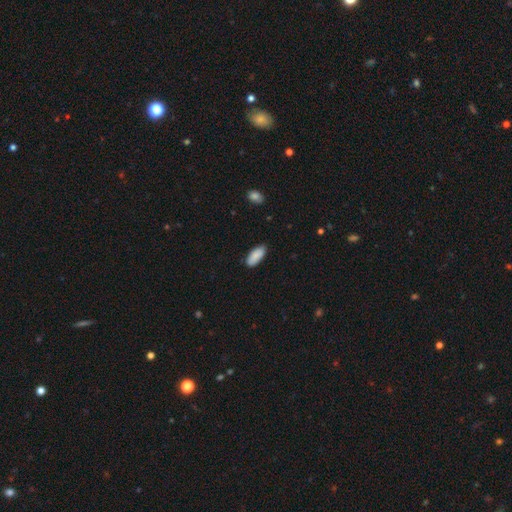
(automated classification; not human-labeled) This appears to be a smooth galaxy with no disk features (87%) that is in between round and cigar-shaped (85%). Merging: none (82%).